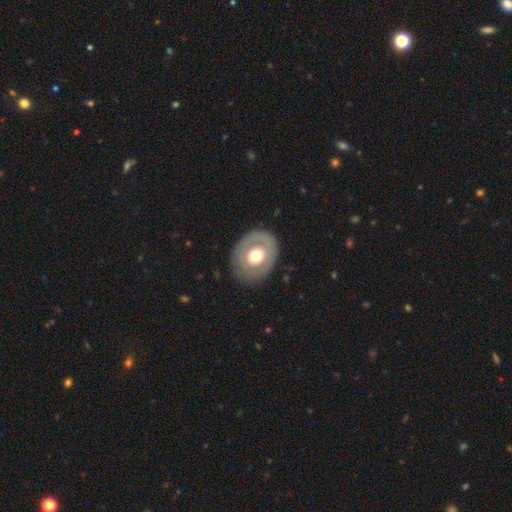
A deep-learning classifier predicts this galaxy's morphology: type=smooth (48%); merging=none (82%).